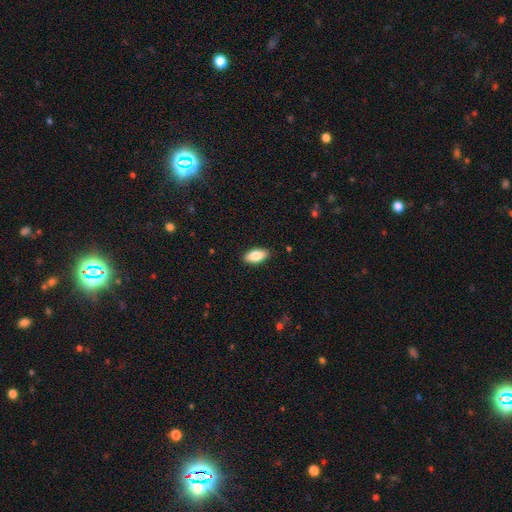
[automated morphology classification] Smooth or featured?
  - smooth: 83% *
  - featured or disk: 11%
  - star or artifact: 7%
How rounded?
  - in between: 91% *
  - cigar-shaped: 7%
  - round: 3%
Merging?
  - none: 89% *
  - minor disturbance: 8%
  - major disturbance: 2%
  - merger: 1%